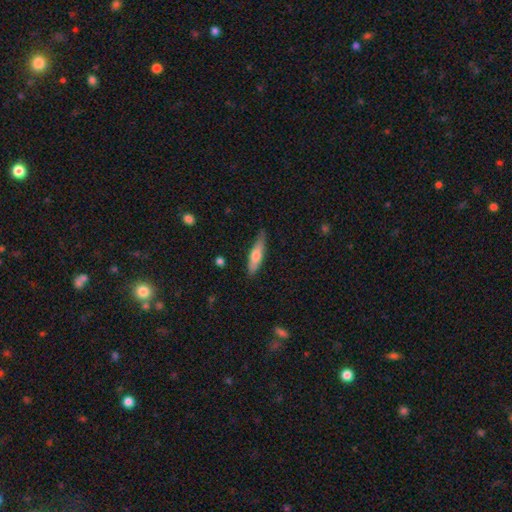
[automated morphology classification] Smooth or featured: smooth — 63% (featured or disk — 31%)
How rounded: cigar-shaped — 72% (in between — 26%)
Merging: none — 74% (minor disturbance — 21%)